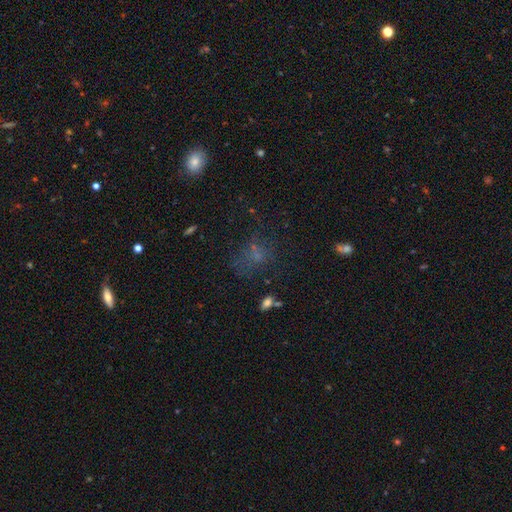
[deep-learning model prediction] This is possibly a smooth galaxy (45%). Merging: possibly none (51%).